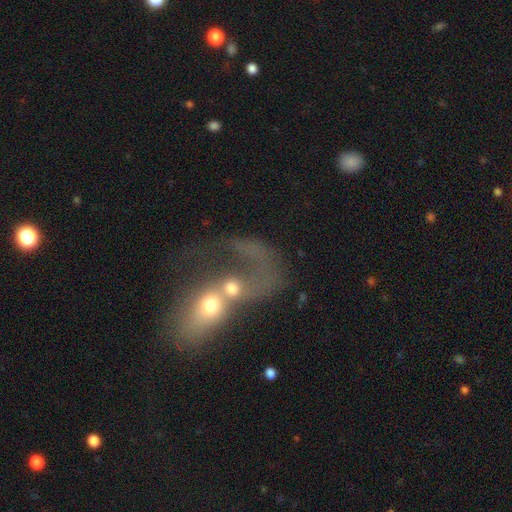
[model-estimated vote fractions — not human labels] Smooth or featured? Predicted: featured or disk (p=0.53). Edge-on disk? Predicted: no (p=0.94). Merging? Predicted: merger (p=0.76).